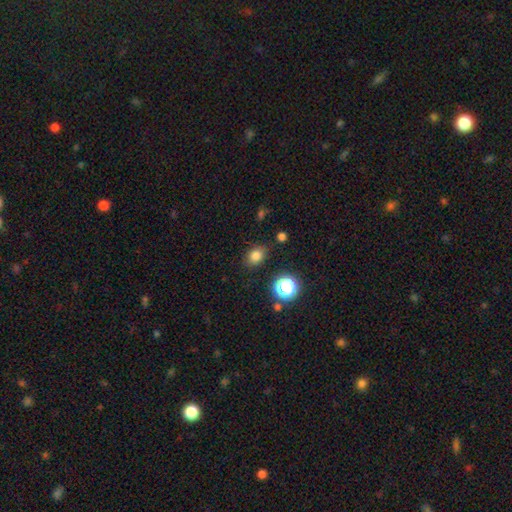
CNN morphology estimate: type=smooth (78%); roundness=in between (55%); merging=none (82%).